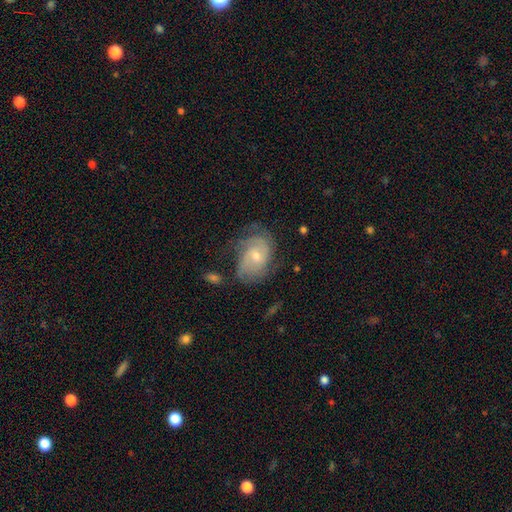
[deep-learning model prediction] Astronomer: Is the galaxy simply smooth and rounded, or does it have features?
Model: featured or disk — 76%.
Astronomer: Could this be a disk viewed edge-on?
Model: no — 97%.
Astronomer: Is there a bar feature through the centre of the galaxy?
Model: no — 59% (runner-up: weak, 35%).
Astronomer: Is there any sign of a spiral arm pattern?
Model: yes — 91%.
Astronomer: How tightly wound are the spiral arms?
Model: tight — 48% (runner-up: medium, 37%).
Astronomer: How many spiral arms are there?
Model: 2 — 36% (runner-up: can't tell, 32%).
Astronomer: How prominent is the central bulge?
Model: small — 52% (runner-up: moderate, 44%).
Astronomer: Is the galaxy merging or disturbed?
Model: none — 57%.